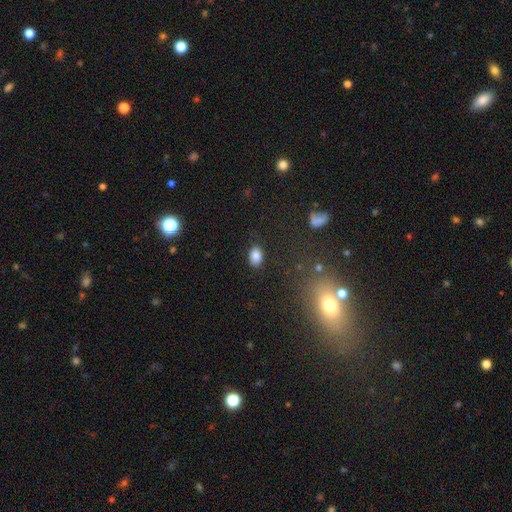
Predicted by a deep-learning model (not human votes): Smooth or featured? smooth (85%)
How rounded? in between (79%)
Merging? none (84%)